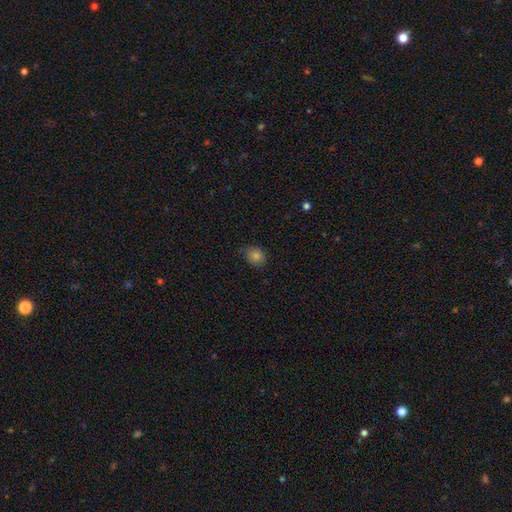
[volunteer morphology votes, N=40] Q: Smooth or featured?
A: smooth (88%); runner-up: featured or disk (12%)
Q: How rounded?
A: round (63%); runner-up: in between (37%)
Q: Merging?
A: none (68%); runner-up: minor disturbance (30%)